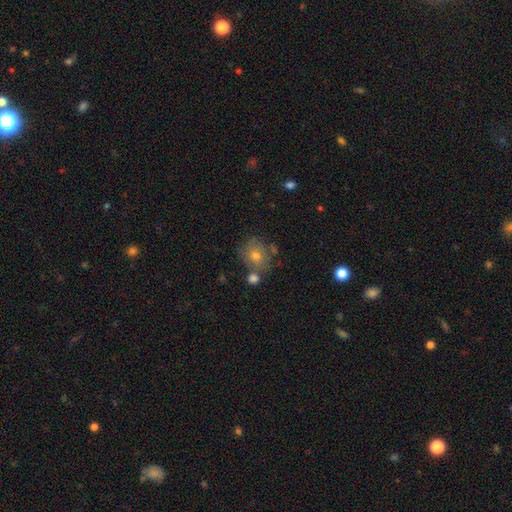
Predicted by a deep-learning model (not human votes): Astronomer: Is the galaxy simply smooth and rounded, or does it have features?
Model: smooth — 58%.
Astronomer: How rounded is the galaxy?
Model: round — 79%.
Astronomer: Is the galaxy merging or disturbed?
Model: none — 64%.